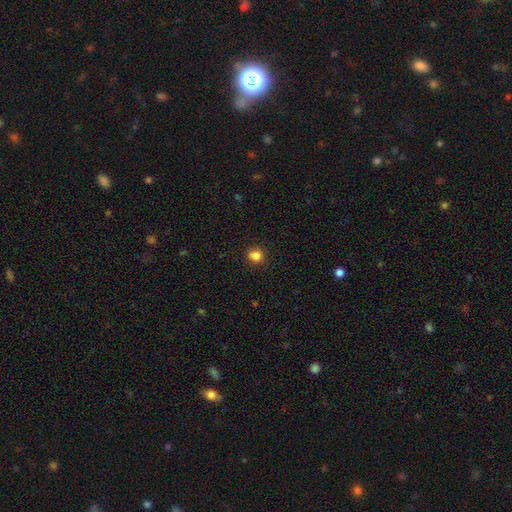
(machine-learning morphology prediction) A smooth galaxy with no disk features (84%) that is round (81%).

Vote fractions:
- Smooth or featured? smooth: 84% / star or artifact: 12% / featured or disk: 4%
- How rounded? round: 81% / in between: 18% / cigar-shaped: 1%
- Merging? none: 82% / minor disturbance: 12% / major disturbance: 3% / merger: 3%